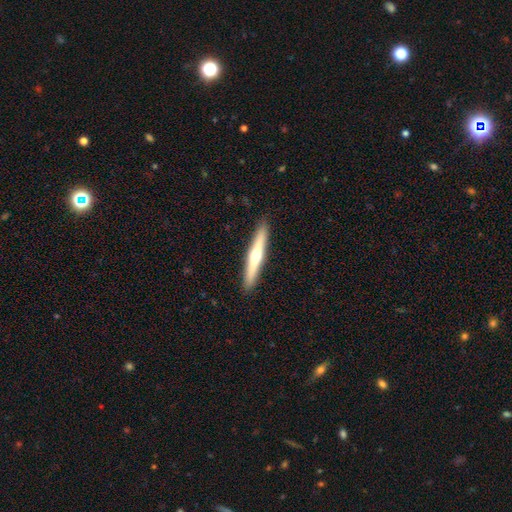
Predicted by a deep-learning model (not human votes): Smooth or featured: featured or disk — 57% (smooth — 39%)
Edge-on disk: yes — 96% (no — 4%)
Edge-on bulge: rounded — 88% (none — 9%)
Merging: none — 91% (minor disturbance — 6%)